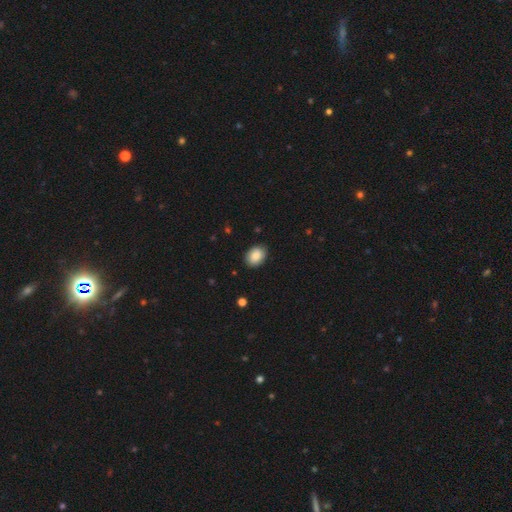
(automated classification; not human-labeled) Q: Smooth or featured?
A: smooth (89%); runner-up: star or artifact (7%)
Q: How rounded?
A: in between (76%); runner-up: round (23%)
Q: Merging?
A: none (88%); runner-up: minor disturbance (9%)